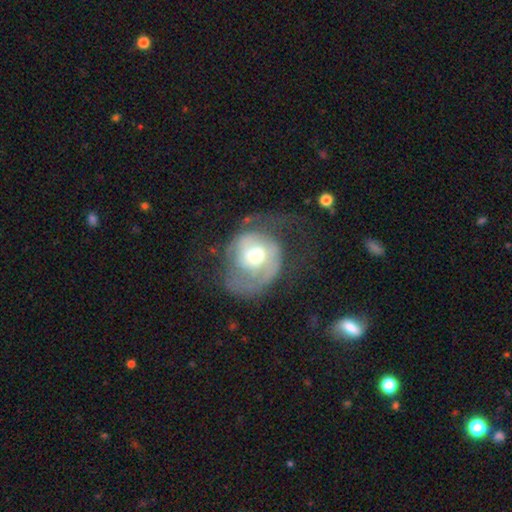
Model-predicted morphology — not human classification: A featured or disk galaxy (65%) with no bar (64%), spiral arms (77%) and a moderate central bulge (63%).

Vote fractions:
- Smooth or featured? featured or disk: 65% / smooth: 29% / star or artifact: 7%
- Edge-on disk? no: 97% / yes: 3%
- Bar? no: 64% / weak: 29% / strong: 7%
- Spiral arms? yes: 77% / no: 23%
- Bulge size? moderate: 63% / small: 22% / large: 12% / dominant: 2% / none: 1%
- Merging? major disturbance: 42% / none: 36% / minor disturbance: 20% / merger: 3%